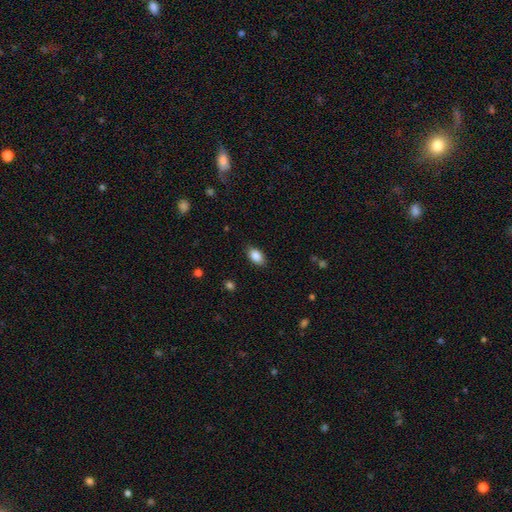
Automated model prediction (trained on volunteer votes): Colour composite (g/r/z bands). It shows a smooth galaxy with no disk features (87%) that is in between round and cigar-shaped (91%). Merging: none (87%).